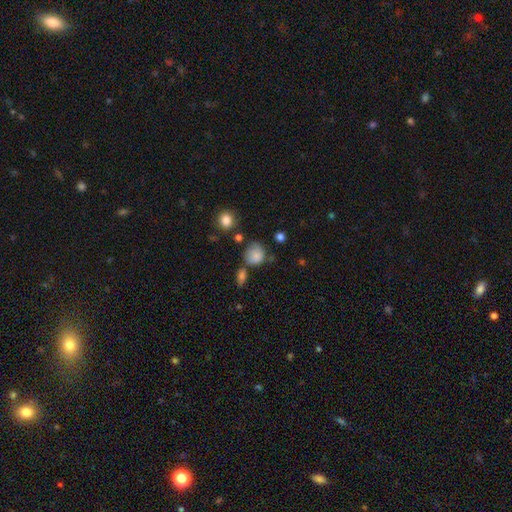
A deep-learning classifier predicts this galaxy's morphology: Smooth or featured?
  - smooth: 81% *
  - star or artifact: 11%
  - featured or disk: 9%
How rounded?
  - round: 77% *
  - in between: 22%
  - cigar-shaped: 1%
Merging?
  - none: 56% *
  - minor disturbance: 26%
  - merger: 10%
  - major disturbance: 8%